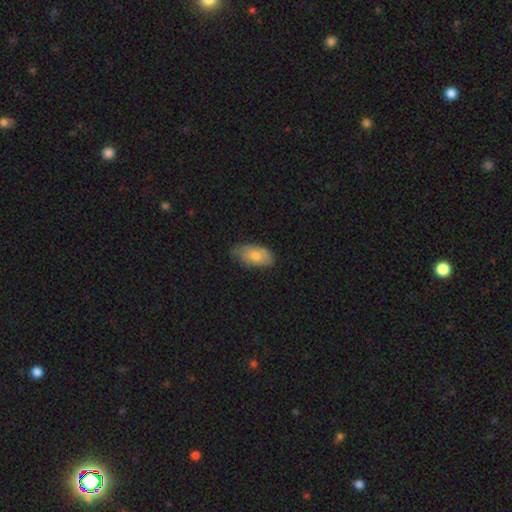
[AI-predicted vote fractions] The model was most divided on "merging": none: 61%, minor disturbance: 32%, major disturbance: 5%, merger: 1%. More confident: how rounded — in between (92%); smooth or featured — smooth (72%).